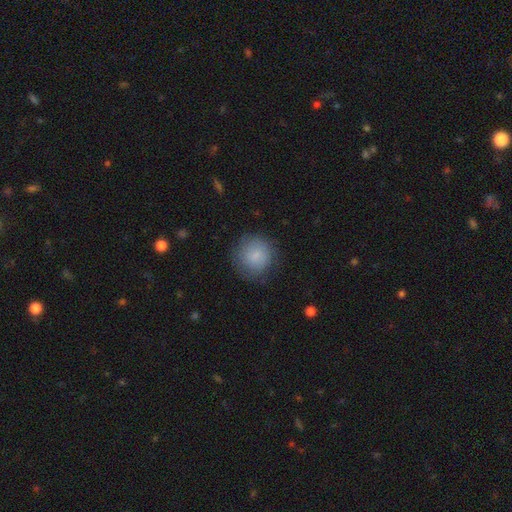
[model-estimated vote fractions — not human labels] Q: Smooth or featured?
A: smooth (82%); runner-up: featured or disk (11%)
Q: How rounded?
A: round (93%); runner-up: in between (6%)
Q: Merging?
A: none (78%); runner-up: minor disturbance (15%)